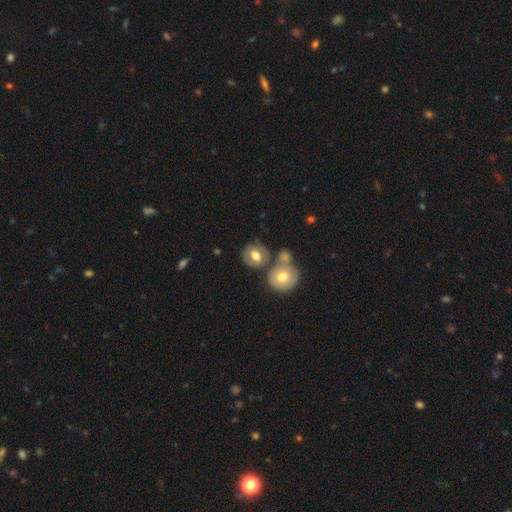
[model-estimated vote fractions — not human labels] Q: Smooth or featured?
A: smooth (62%); runner-up: featured or disk (31%)
Q: How rounded?
A: round (77%); runner-up: in between (22%)
Q: Merging?
A: none (61%); runner-up: merger (22%)